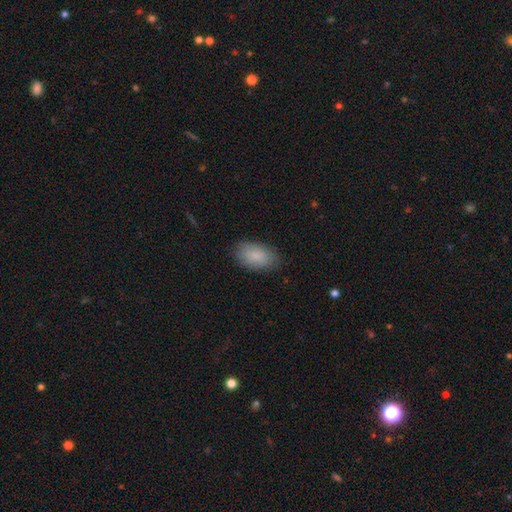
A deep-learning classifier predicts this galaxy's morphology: smooth 87%, star or artifact 7%, featured or disk 7%. Down the decision tree: how rounded — in between (93%); merging — none (83%).